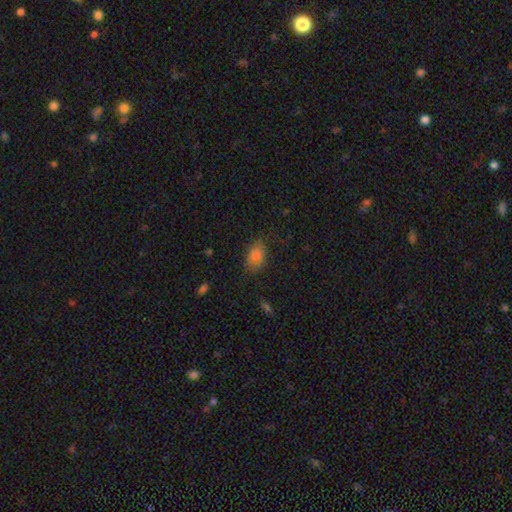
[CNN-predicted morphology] A smooth galaxy with no disk features (82%) that is in between round and cigar-shaped (85%).

Vote fractions:
- Smooth or featured? smooth: 82% / star or artifact: 11% / featured or disk: 7%
- How rounded? in between: 85% / round: 13% / cigar-shaped: 2%
- Merging? none: 72% / minor disturbance: 21% / major disturbance: 5% / merger: 1%